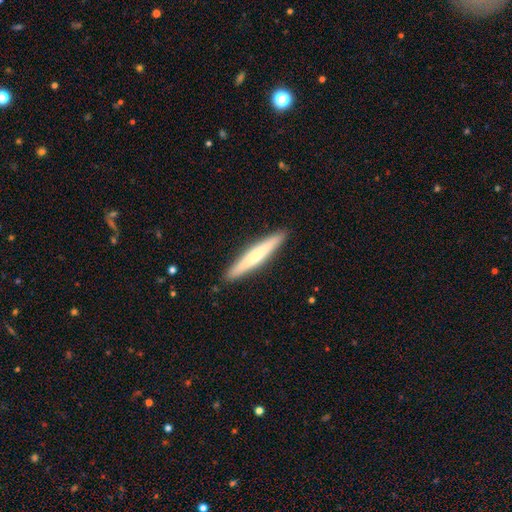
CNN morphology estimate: This appears to be a smooth galaxy with no disk features (50%). Merging: none (90%).